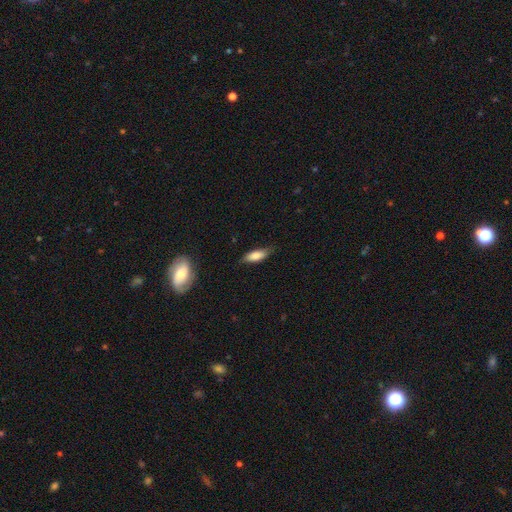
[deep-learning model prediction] Morphology: type=smooth (79%); roundness=in between (68%); merging=none (74%).